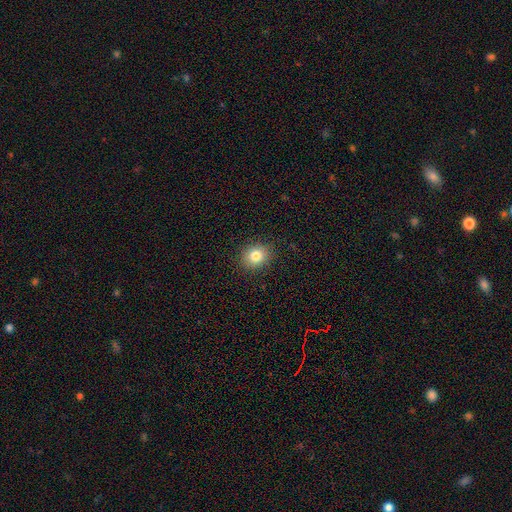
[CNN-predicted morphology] A smooth galaxy with no disk features (81%) that is round (67%). Merging: none (89%).